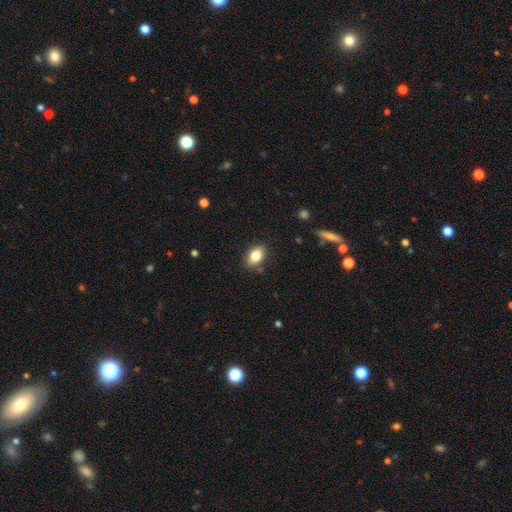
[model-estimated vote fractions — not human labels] smooth-or-featured: smooth: 84% | star or artifact: 8% | featured or disk: 8%
  how-rounded: in between: 84% | round: 15% | cigar-shaped: 2%
  merging: none: 85% | minor disturbance: 11% | major disturbance: 2% | merger: 2%